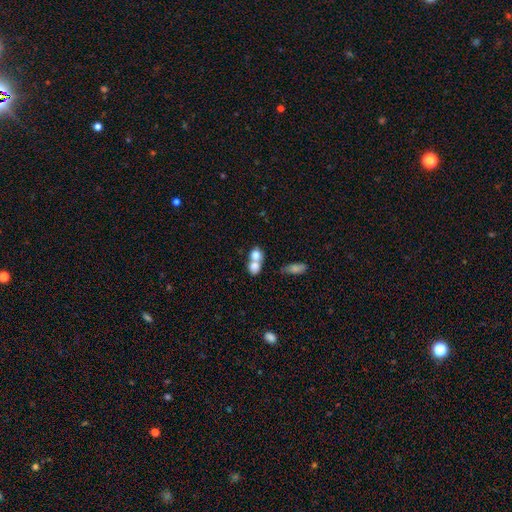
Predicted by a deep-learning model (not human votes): Smooth or featured? smooth (78%)
How rounded? round (58%)
Merging? merger (64%)